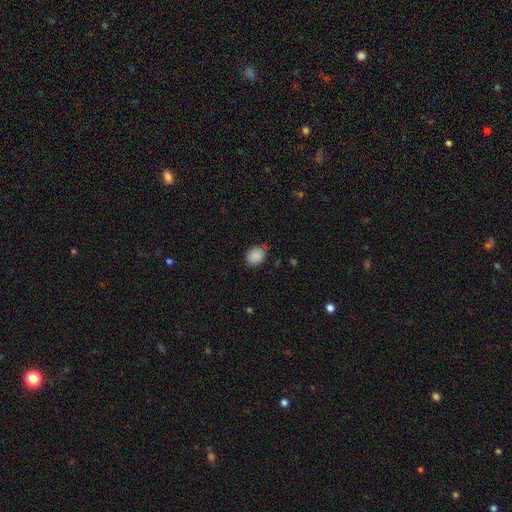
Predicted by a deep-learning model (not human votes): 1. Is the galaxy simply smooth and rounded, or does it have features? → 88% smooth, 8% star or artifact, 4% featured or disk.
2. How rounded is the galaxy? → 57% in between, 42% round, 1% cigar-shaped.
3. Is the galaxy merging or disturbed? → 71% none, 24% minor disturbance, 4% major disturbance, 1% merger.